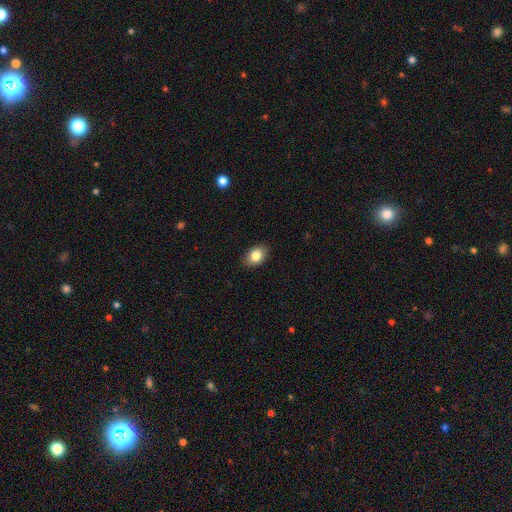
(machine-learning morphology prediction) A smooth galaxy with no disk features (83%) that is in between round and cigar-shaped (79%). Merging: none (88%).